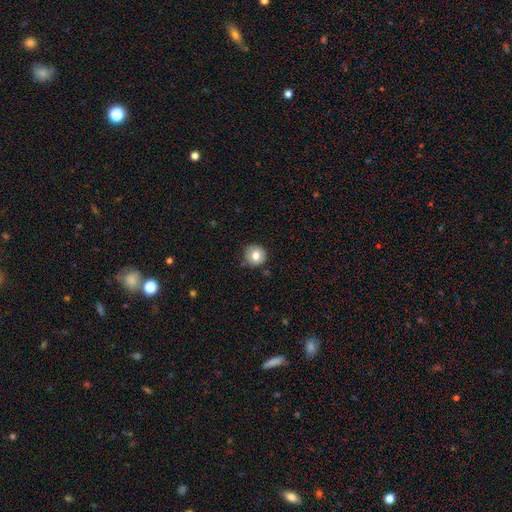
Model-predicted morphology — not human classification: A smooth galaxy with no disk features (76%) that is round (93%). Merging: none (82%).